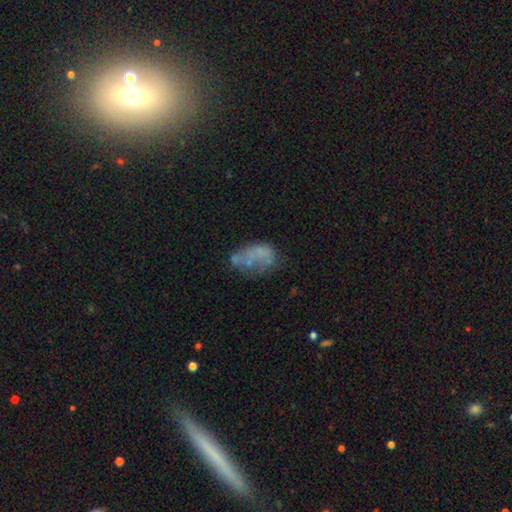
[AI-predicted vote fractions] Smooth or featured? Predicted: smooth (p=0.45). Merging? Predicted: none (p=0.40).